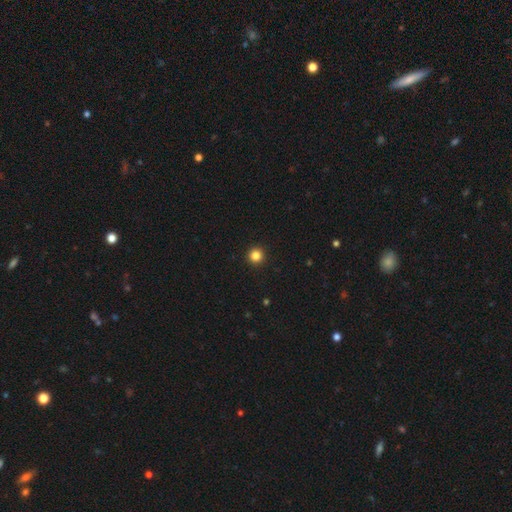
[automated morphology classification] This is clearly a smooth galaxy (84%). How rounded: clearly round (96%). Merging: clearly none (94%).